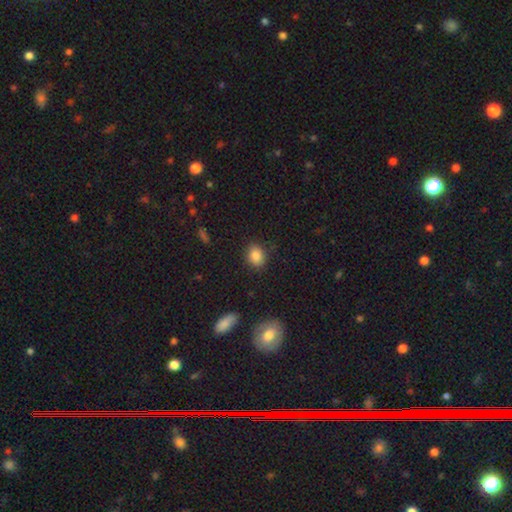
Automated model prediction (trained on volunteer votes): This appears to be a smooth galaxy with no disk features (85%) that is in between round and cigar-shaped (51%). Merging: none (85%).